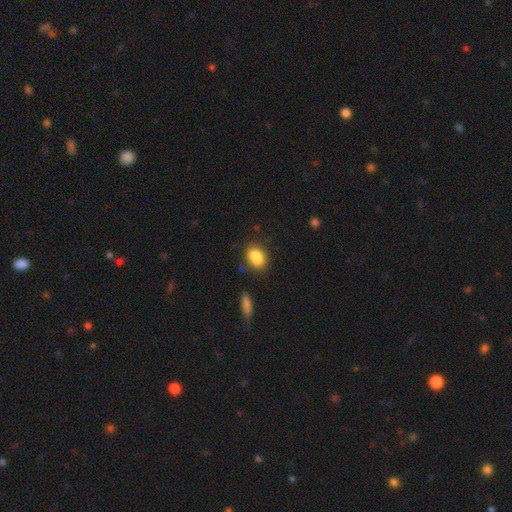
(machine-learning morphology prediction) type=smooth (83%); roundness=in between (72%); merging=none (69%).